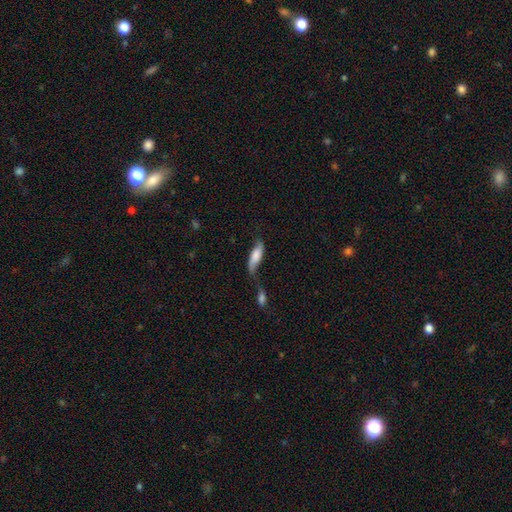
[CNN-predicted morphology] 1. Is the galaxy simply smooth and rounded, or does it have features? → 57% smooth, 36% featured or disk, 7% star or artifact.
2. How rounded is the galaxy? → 59% in between, 39% cigar-shaped, 3% round.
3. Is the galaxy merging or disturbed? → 37% merger, 31% none, 18% minor disturbance, 14% major disturbance.